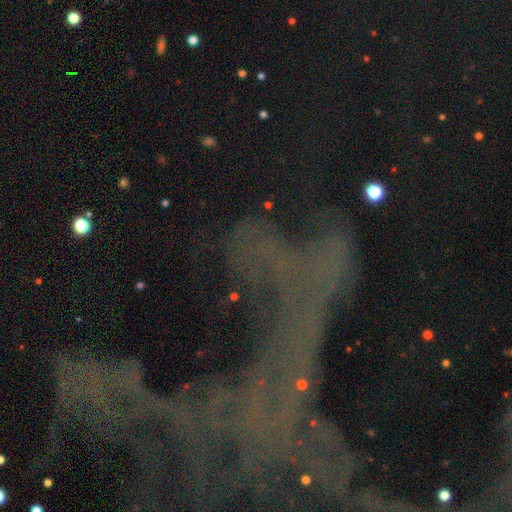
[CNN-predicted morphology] smooth_or_featured: star or artifact (p=0.55) [alt: featured or disk p=0.28]